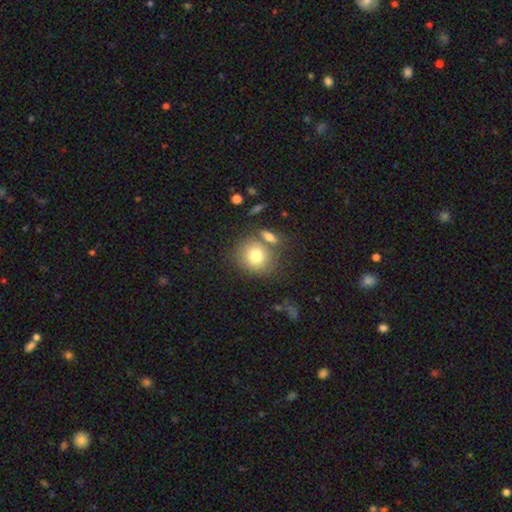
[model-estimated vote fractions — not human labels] A smooth galaxy with no disk features (78%) that is round (81%).

Vote fractions:
- Smooth or featured? smooth: 78% / featured or disk: 12% / star or artifact: 9%
- How rounded? round: 81% / in between: 18% / cigar-shaped: 1%
- Merging? none: 65% / merger: 19% / minor disturbance: 12% / major disturbance: 5%